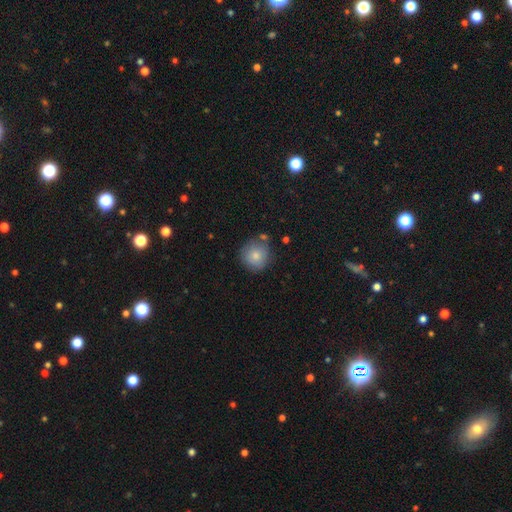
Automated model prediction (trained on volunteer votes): Morphology: type=smooth (80%); roundness=round (91%); merging=none (74%).